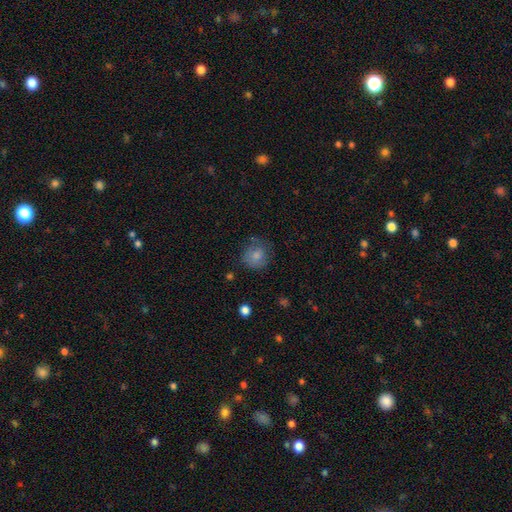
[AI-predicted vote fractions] This is clearly a smooth galaxy (80%). How rounded: clearly round (82%). Merging: likely none (66%).